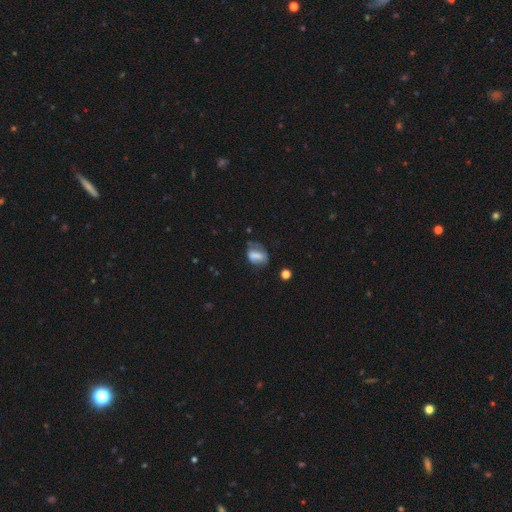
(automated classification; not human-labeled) Smooth or featured?
  - smooth: 58% *
  - featured or disk: 31%
  - star or artifact: 11%
How rounded?
  - in between: 71% *
  - round: 21%
  - cigar-shaped: 8%
Merging?
  - none: 47% *
  - minor disturbance: 31%
  - major disturbance: 18%
  - merger: 5%